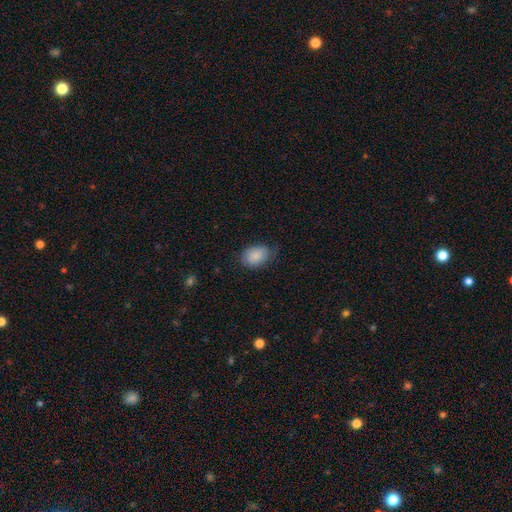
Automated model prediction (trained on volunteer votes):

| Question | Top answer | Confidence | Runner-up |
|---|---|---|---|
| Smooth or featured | smooth | 87% | star or artifact (7%) |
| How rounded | in between | 82% | round (17%) |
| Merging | none | 65% | minor disturbance (27%) |